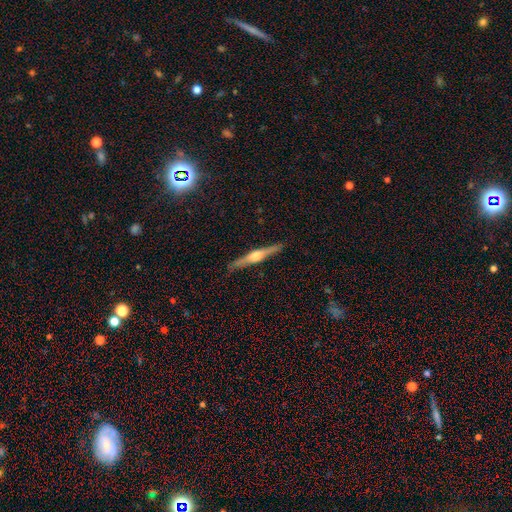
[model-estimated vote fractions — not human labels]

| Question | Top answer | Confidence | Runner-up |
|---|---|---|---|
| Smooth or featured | featured or disk | 74% | smooth (20%) |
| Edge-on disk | yes | 98% | no (2%) |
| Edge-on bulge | rounded | 91% | boxy (6%) |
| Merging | none | 90% | minor disturbance (7%) |